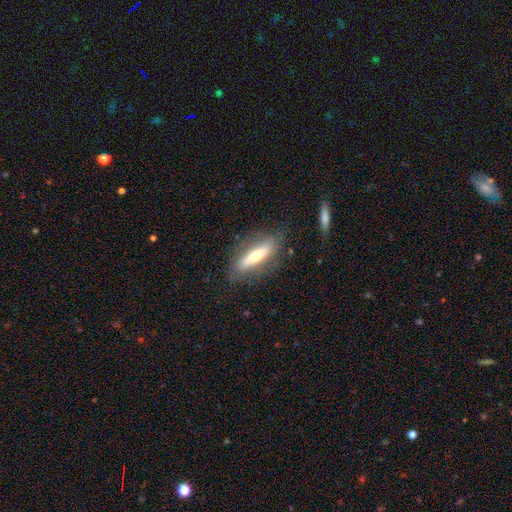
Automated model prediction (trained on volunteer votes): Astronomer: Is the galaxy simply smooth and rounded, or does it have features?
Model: smooth — 50% (runner-up: featured or disk, 43%).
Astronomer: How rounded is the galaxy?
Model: cigar-shaped — 66%.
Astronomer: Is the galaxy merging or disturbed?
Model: none — 80%.